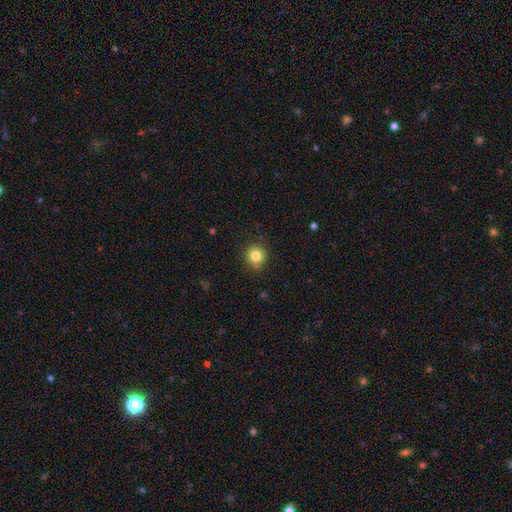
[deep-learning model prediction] This is clearly a smooth galaxy (82%). How rounded: clearly round (92%). Merging: clearly none (88%).